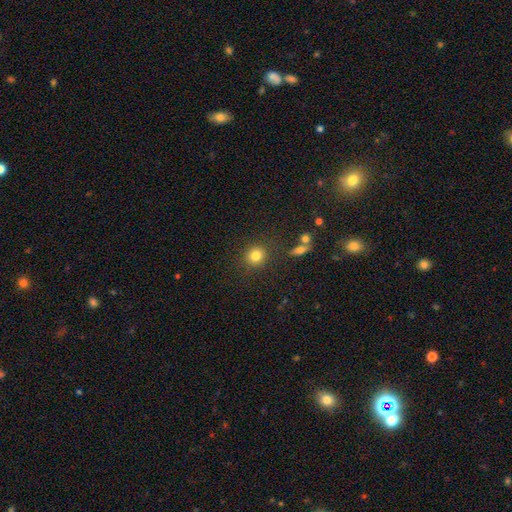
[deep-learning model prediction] Smooth or featured? Predicted: smooth (p=0.81). How rounded? Predicted: round (p=0.85). Merging? Predicted: none (p=0.84).